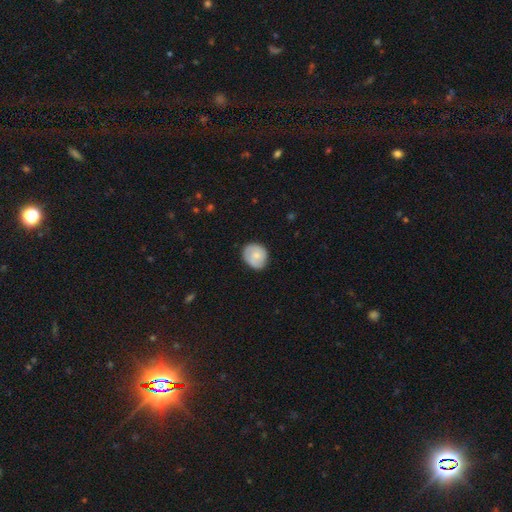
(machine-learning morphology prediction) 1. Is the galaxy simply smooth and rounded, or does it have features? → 66% smooth, 27% featured or disk, 6% star or artifact.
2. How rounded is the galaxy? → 74% round, 25% in between, 1% cigar-shaped.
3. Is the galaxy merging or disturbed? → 80% none, 16% minor disturbance, 3% major disturbance, 1% merger.